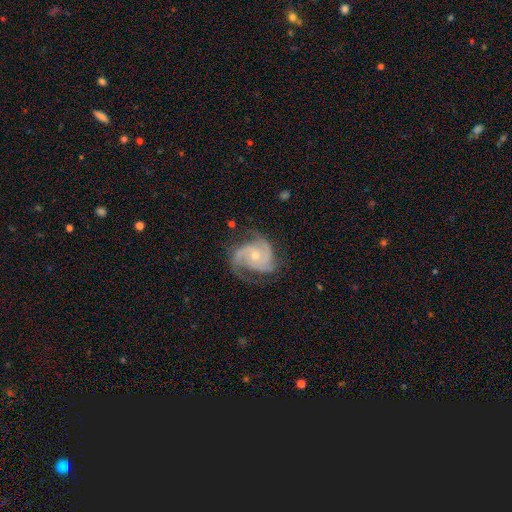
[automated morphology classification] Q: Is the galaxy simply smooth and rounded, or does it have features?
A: featured or disk — 88%.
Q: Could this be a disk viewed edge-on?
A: no — 98%.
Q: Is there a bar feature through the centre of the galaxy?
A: no — 71%.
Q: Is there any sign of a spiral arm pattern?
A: yes — 98%.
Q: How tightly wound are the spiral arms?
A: medium — 51%.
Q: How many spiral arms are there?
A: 3 — 51%.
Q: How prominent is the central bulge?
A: small — 55%.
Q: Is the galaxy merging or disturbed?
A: none — 65%.